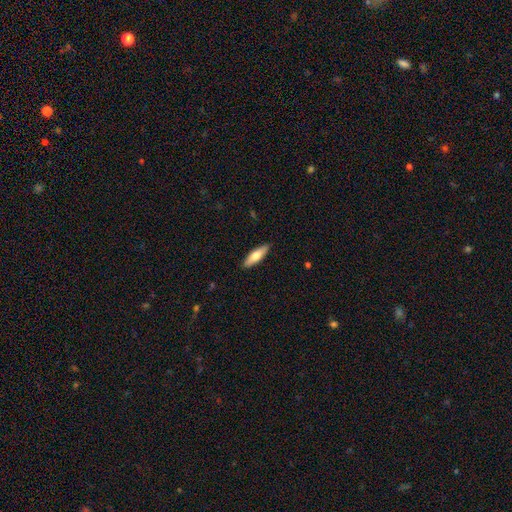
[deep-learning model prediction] Morphology: type=smooth (66%); roundness=cigar-shaped (54%); merging=none (89%).